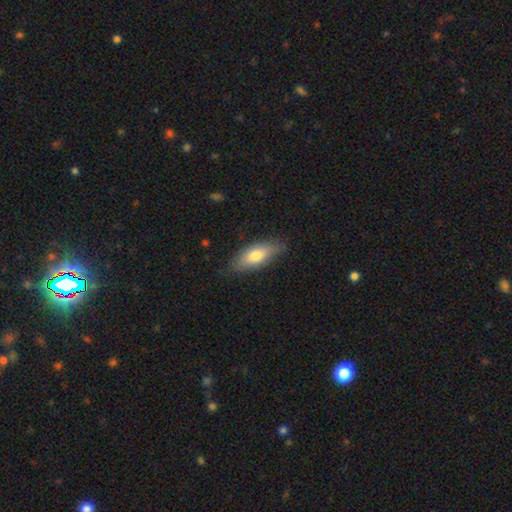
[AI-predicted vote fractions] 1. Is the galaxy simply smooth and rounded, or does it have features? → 74% smooth, 20% featured or disk, 6% star or artifact.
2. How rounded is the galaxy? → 76% in between, 21% cigar-shaped, 3% round.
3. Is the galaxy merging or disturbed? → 78% none, 17% minor disturbance, 3% major disturbance, 1% merger.